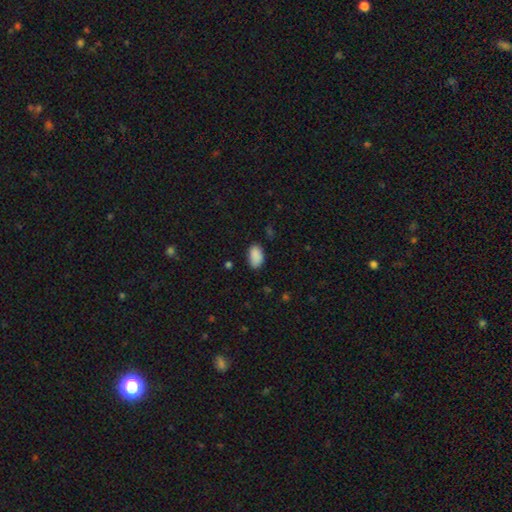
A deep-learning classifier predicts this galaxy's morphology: A smooth galaxy with no disk features (89%) that is in between round and cigar-shaped (92%). Merging: none (77%).